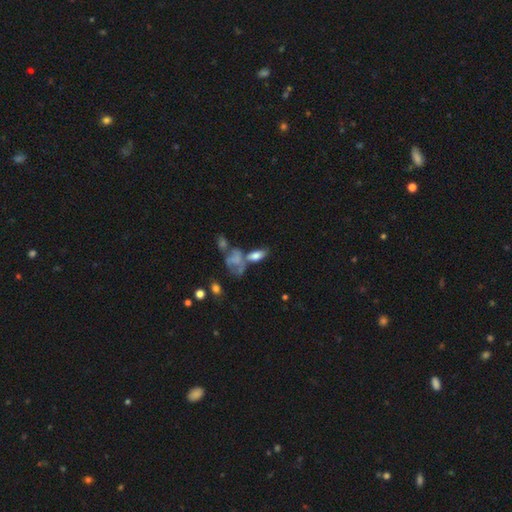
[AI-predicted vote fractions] smooth_or_featured: smooth (p=0.68) [alt: featured or disk p=0.22]
how_rounded: in between (p=0.84) [alt: cigar-shaped p=0.11]
merging: none (p=0.43) [alt: merger p=0.31]